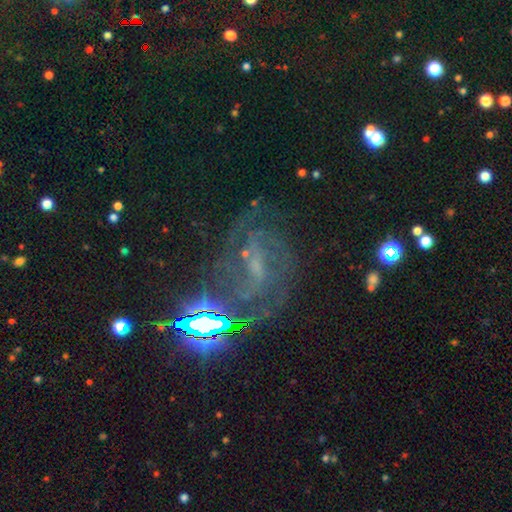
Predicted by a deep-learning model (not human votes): This appears to be a featured or disk galaxy (68%) with a weak bar (44%), 2 (38%) medium (45%) spiral arms (87%) and a small central bulge (46%). Merging: none (62%).